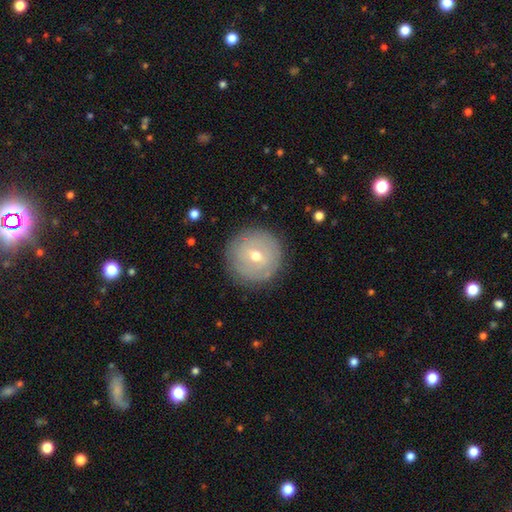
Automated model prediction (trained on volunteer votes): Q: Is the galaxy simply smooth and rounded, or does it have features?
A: featured or disk — 49%.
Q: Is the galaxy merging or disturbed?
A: none — 87%.